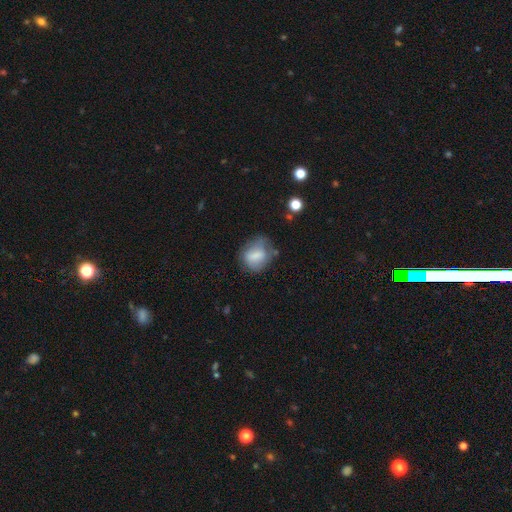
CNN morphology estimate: smooth_or_featured: smooth (p=0.69) [alt: featured or disk p=0.23]
how_rounded: in between (p=0.53) [alt: round p=0.45]
merging: none (p=0.47) [alt: minor disturbance p=0.33]